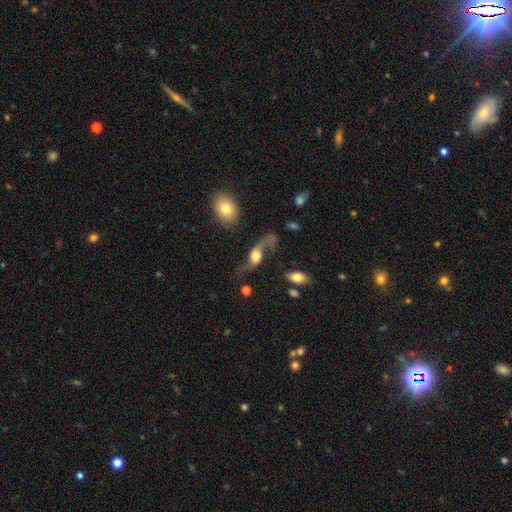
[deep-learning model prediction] Smooth or featured: featured or disk — 76% (smooth — 17%)
Edge-on disk: no — 85% (yes — 15%)
Bar: no — 61% (weak — 30%)
Spiral arms: yes — 91% (no — 9%)
Spiral winding: loose — 90% (medium — 8%)
Spiral arm count: 2 — 91% (1 — 5%)
Bulge size: large — 42% (moderate — 36%)
Merging: none — 53% (major disturbance — 24%)